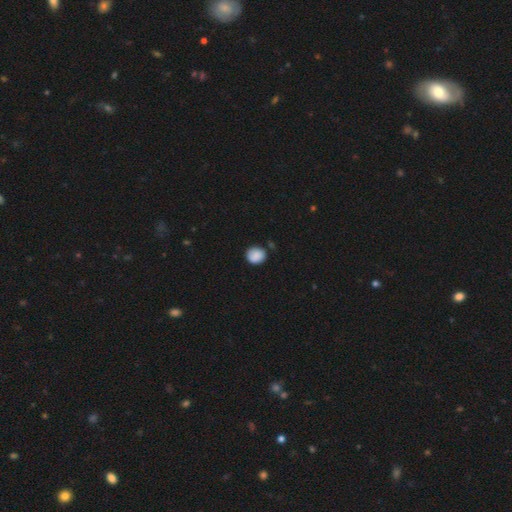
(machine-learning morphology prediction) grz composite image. It shows a smooth galaxy with no disk features (87%) that is round (79%). Merging: none (78%).